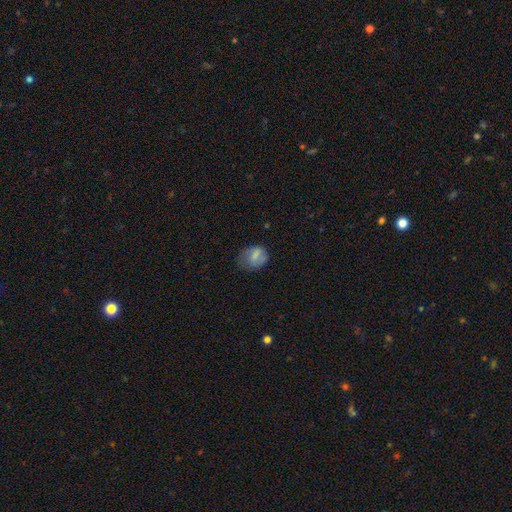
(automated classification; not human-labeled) smooth-or-featured: smooth: 72% | featured or disk: 19% | star or artifact: 9%
  how-rounded: in between: 52% | round: 46% | cigar-shaped: 1%
  merging: none: 50% | minor disturbance: 31% | major disturbance: 17% | merger: 2%